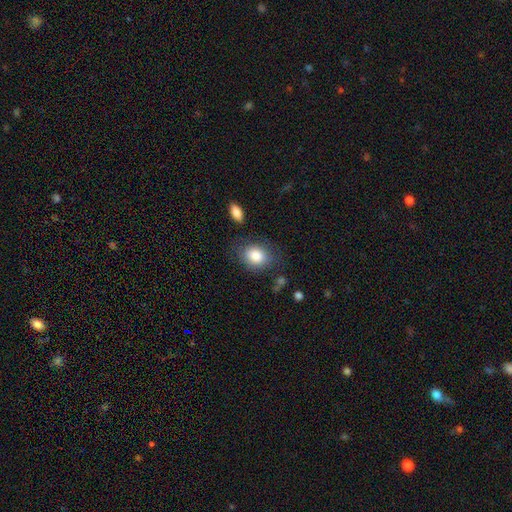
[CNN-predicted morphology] Smooth or featured?
  - smooth: 85% *
  - star or artifact: 8%
  - featured or disk: 7%
How rounded?
  - in between: 55% *
  - round: 44%
  - cigar-shaped: 1%
Merging?
  - none: 74% *
  - minor disturbance: 16%
  - major disturbance: 6%
  - merger: 4%